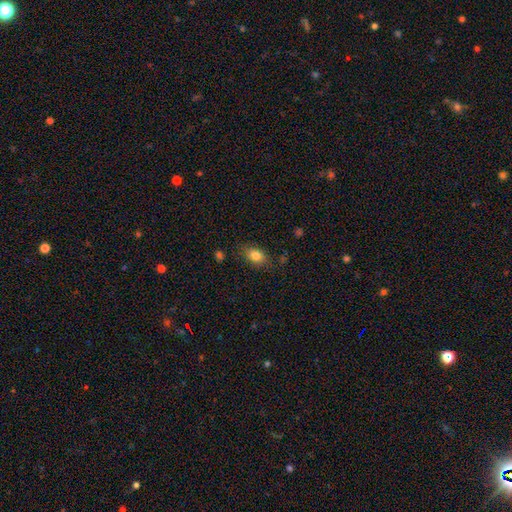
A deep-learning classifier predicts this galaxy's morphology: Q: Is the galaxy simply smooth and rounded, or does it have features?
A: smooth — 82%.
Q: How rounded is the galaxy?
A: in between — 81%.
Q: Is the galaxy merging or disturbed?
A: none — 81%.